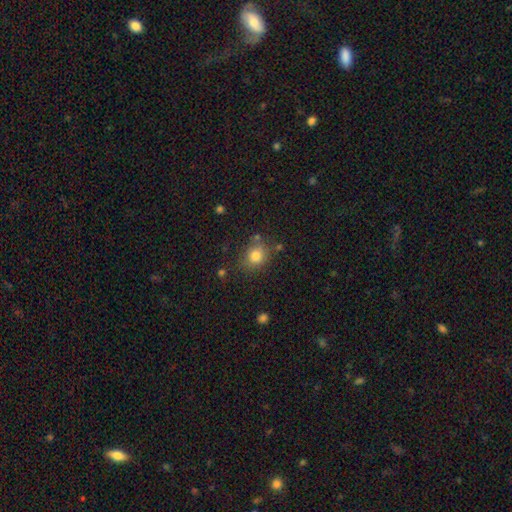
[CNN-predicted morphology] type=smooth (79%); roundness=round (71%); merging=none (77%).